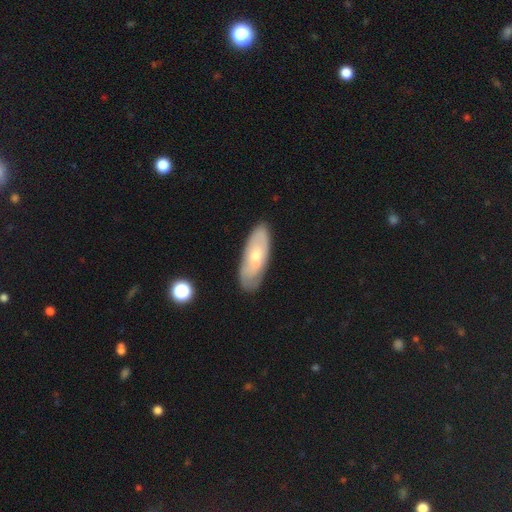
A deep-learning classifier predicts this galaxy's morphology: Smooth or featured: featured or disk — 48% (smooth — 46%)
Merging: none — 80% (minor disturbance — 15%)